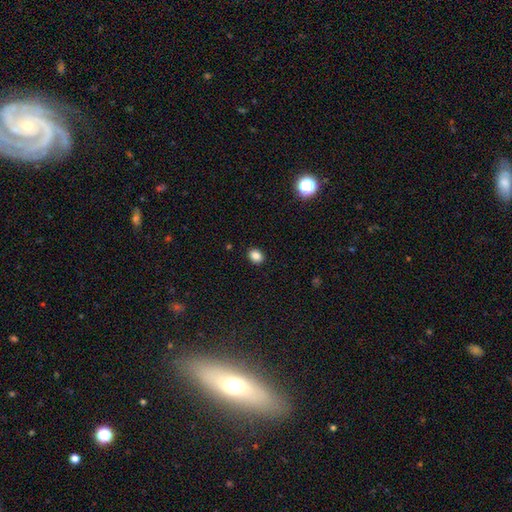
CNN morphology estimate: Smooth or featured: smooth — 85% (star or artifact — 11%)
How rounded: round — 52% (in between — 47%)
Merging: none — 91% (minor disturbance — 6%)